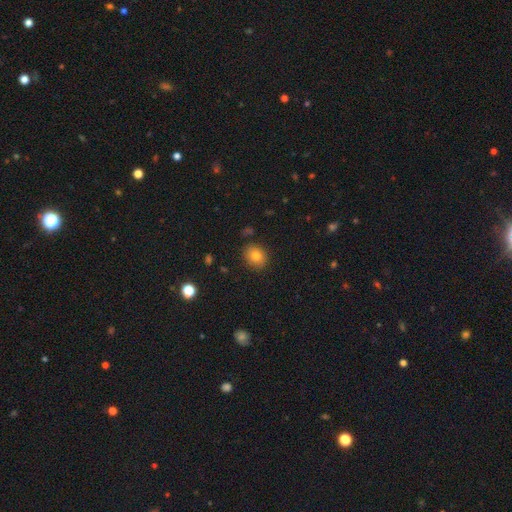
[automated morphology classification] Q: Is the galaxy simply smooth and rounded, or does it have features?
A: smooth — 80%.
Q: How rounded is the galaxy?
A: round — 66%.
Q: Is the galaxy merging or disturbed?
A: none — 87%.